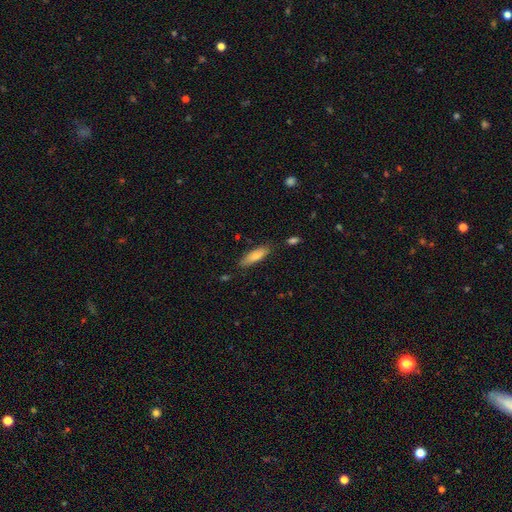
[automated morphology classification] This appears to be a smooth galaxy with no disk features (78%) that is cigar-shaped (56%). Merging: none (81%).